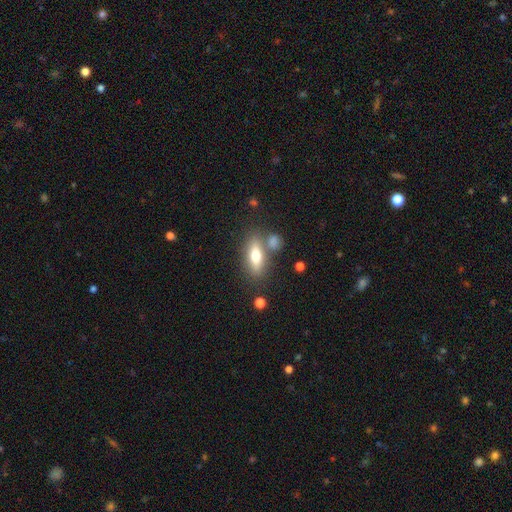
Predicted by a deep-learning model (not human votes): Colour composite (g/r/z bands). It shows a smooth galaxy with no disk features (67%) that is in between round and cigar-shaped (67%). Merging: none (68%).